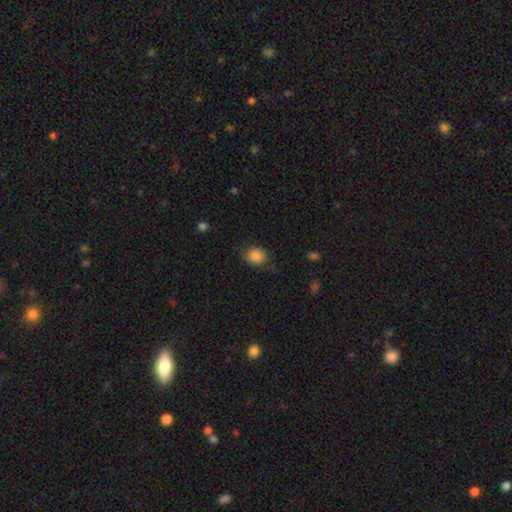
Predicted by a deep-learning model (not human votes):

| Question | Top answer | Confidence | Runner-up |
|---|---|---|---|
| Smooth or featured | smooth | 85% | star or artifact (9%) |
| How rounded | round | 52% | in between (47%) |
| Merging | none | 71% | minor disturbance (21%) |